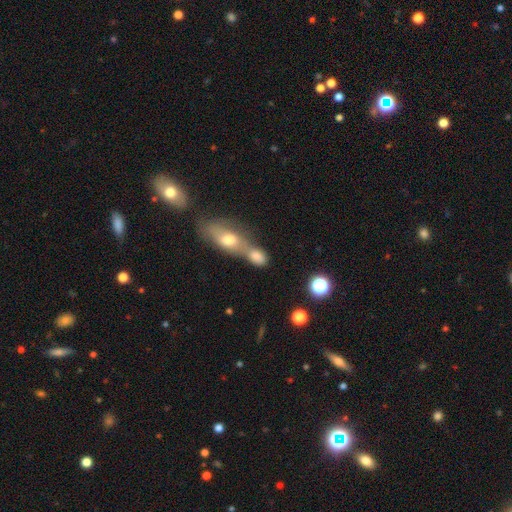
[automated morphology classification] Q: Smooth or featured?
A: smooth (65%); runner-up: featured or disk (21%)
Q: How rounded?
A: in between (68%); runner-up: round (19%)
Q: Merging?
A: merger (62%); runner-up: none (26%)